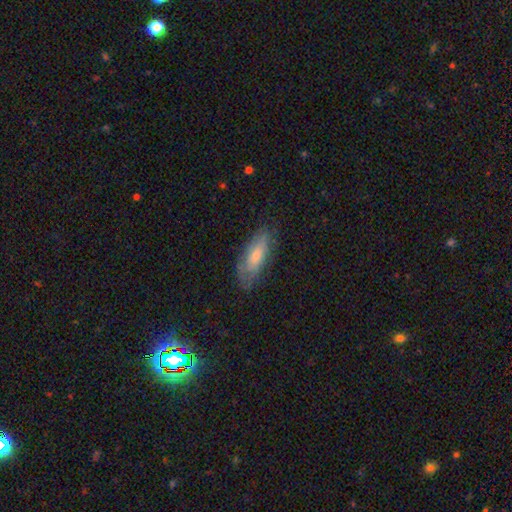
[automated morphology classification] smooth_or_featured: smooth (p=0.61) [alt: featured or disk p=0.30]
how_rounded: in between (p=0.67) [alt: cigar-shaped p=0.31]
merging: none (p=0.73) [alt: minor disturbance p=0.20]